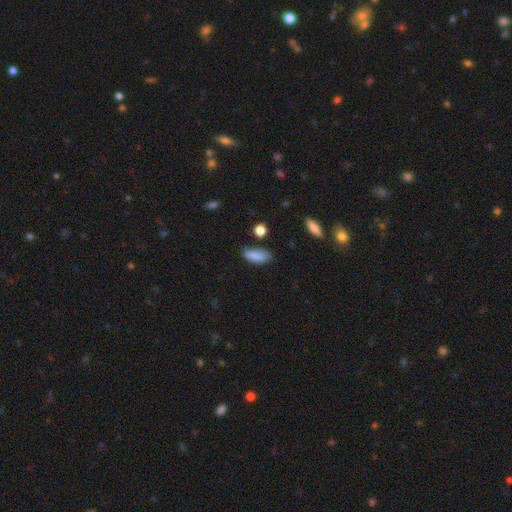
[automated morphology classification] This is clearly a smooth galaxy (85%). How rounded: clearly in between (81%). Merging: likely none (64%).